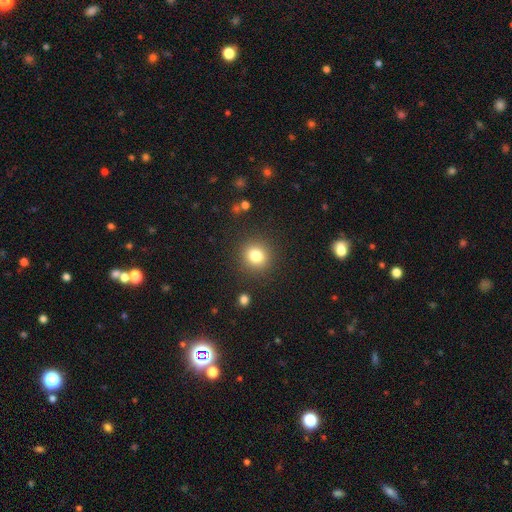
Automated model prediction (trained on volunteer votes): The model was most divided on "smooth or featured": smooth: 80%, star or artifact: 12%, featured or disk: 8%. More confident: how rounded — round (88%); merging — none (88%).